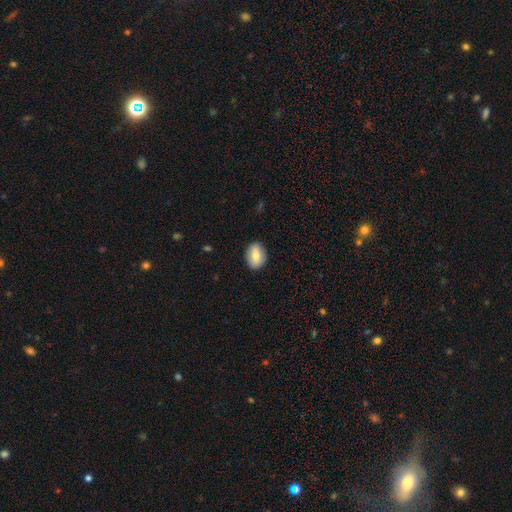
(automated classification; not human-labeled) smooth-or-featured: smooth: 72% | featured or disk: 20% | star or artifact: 7%
  how-rounded: in between: 71% | round: 28% | cigar-shaped: 1%
  merging: none: 87% | minor disturbance: 10% | major disturbance: 2% | merger: 1%